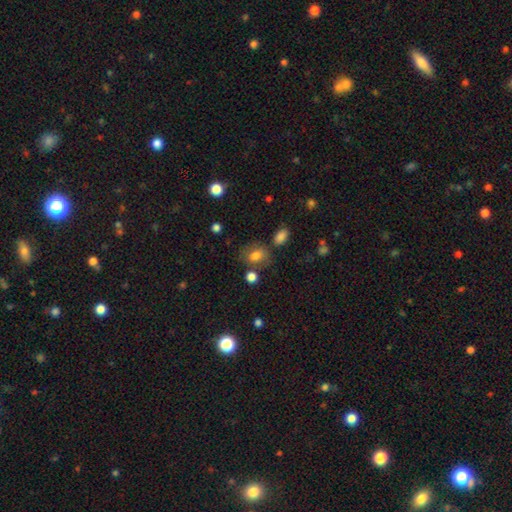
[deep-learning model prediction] Smooth or featured? Predicted: smooth (p=0.76). How rounded? Predicted: in between (p=0.65). Merging? Predicted: none (p=0.64).